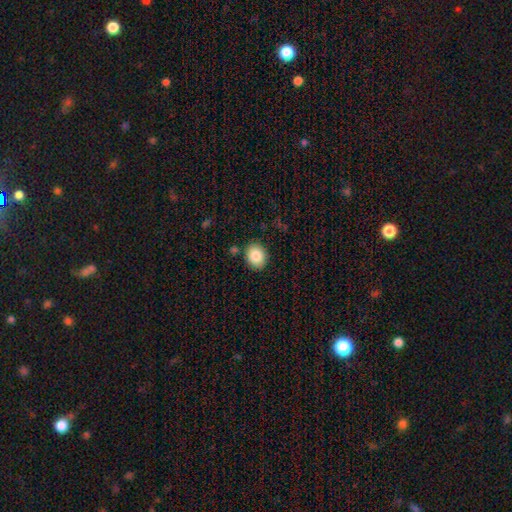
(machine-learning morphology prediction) Overall: smooth (85%). How rounded: round (59%; in between 41%). Merging: none (87%).